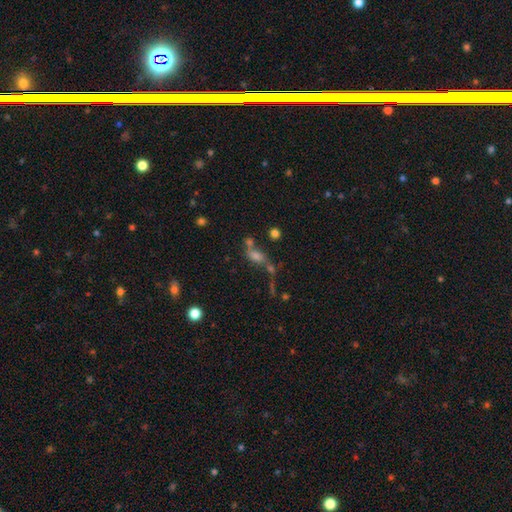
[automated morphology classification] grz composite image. It shows a smooth galaxy with no disk features (56%) that is in between round and cigar-shaped (68%). Merging: none (37%).